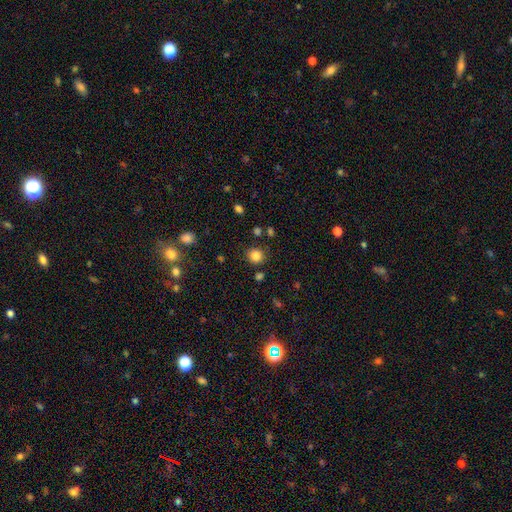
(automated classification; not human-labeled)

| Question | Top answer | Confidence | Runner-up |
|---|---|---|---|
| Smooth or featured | smooth | 83% | star or artifact (12%) |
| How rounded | round | 88% | in between (11%) |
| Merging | none | 84% | minor disturbance (9%) |